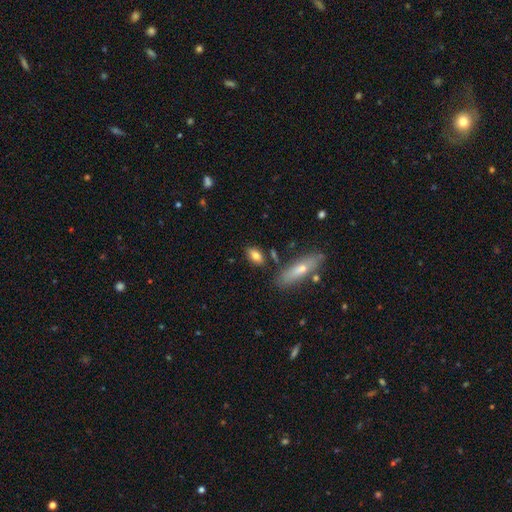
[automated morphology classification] Q: Smooth or featured?
A: smooth (77%); runner-up: featured or disk (15%)
Q: How rounded?
A: in between (83%); runner-up: cigar-shaped (11%)
Q: Merging?
A: none (77%); runner-up: minor disturbance (12%)